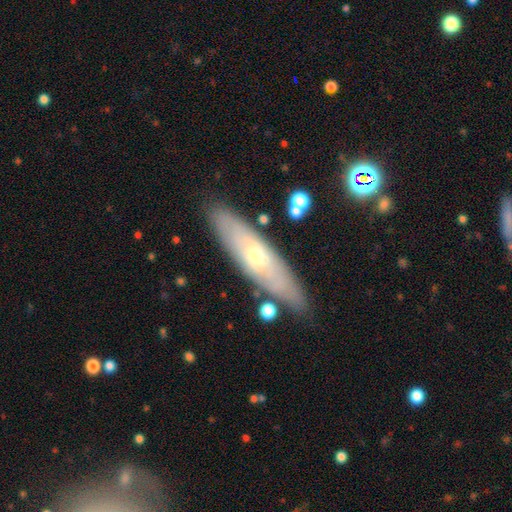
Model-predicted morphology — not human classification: Smooth or featured?
  - featured or disk: 57% *
  - smooth: 35%
  - star or artifact: 8%
Edge-on disk?
  - no: 55% *
  - yes: 45%
Merging?
  - none: 83% *
  - minor disturbance: 11%
  - merger: 3%
  - major disturbance: 2%